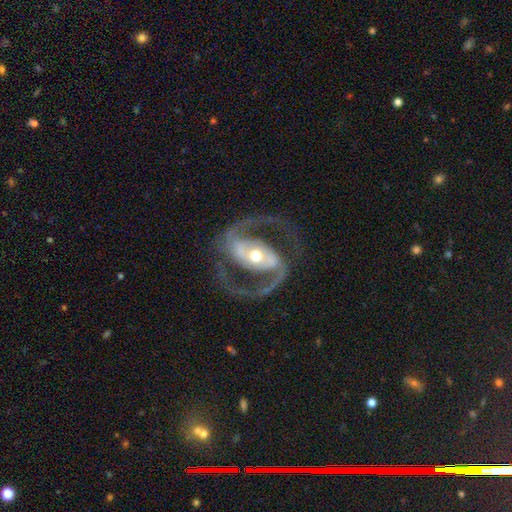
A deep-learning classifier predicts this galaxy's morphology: This appears to be a featured or disk galaxy (92%) with a strong bar (45%), 2 (94%) medium (60%) spiral arms (97%) and a moderate central bulge (63%). Merging: none (78%).